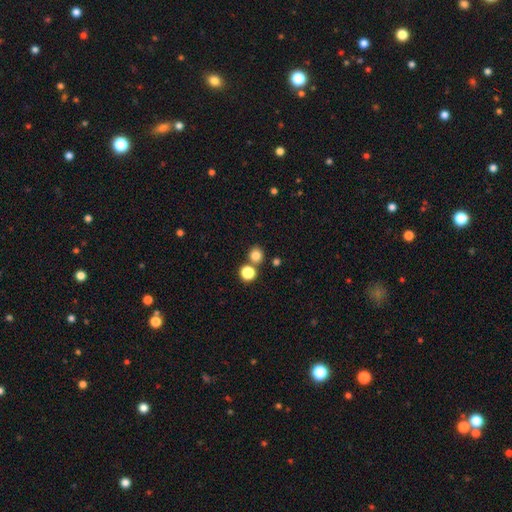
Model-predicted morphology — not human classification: This is likely a smooth galaxy (80%). How rounded: clearly round (84%). Merging: likely none (71%).